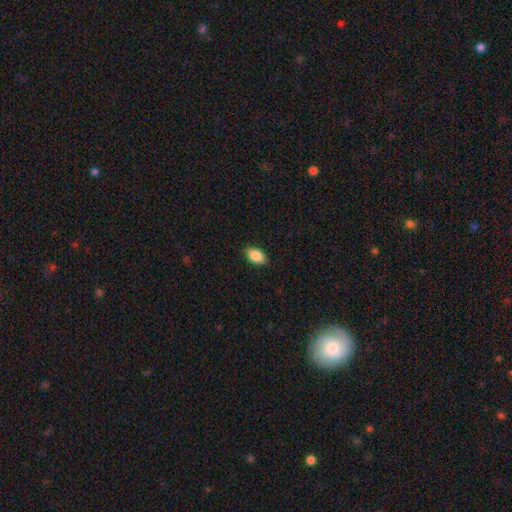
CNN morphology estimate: A smooth galaxy with no disk features (86%) that is in between round and cigar-shaped (92%).

Vote fractions:
- Smooth or featured? smooth: 86% / star or artifact: 7% / featured or disk: 7%
- How rounded? in between: 92% / round: 5% / cigar-shaped: 3%
- Merging? none: 87% / minor disturbance: 10% / major disturbance: 2% / merger: 1%